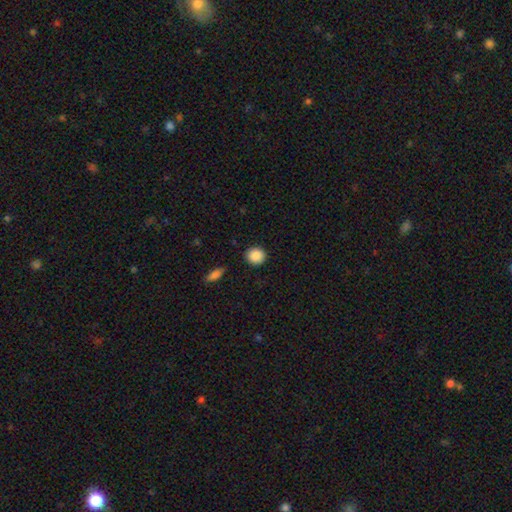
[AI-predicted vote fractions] The model was most divided on "how rounded": round: 87%, in between: 12%, cigar-shaped: 1%. More confident: merging — none (90%); smooth or featured — smooth (89%).